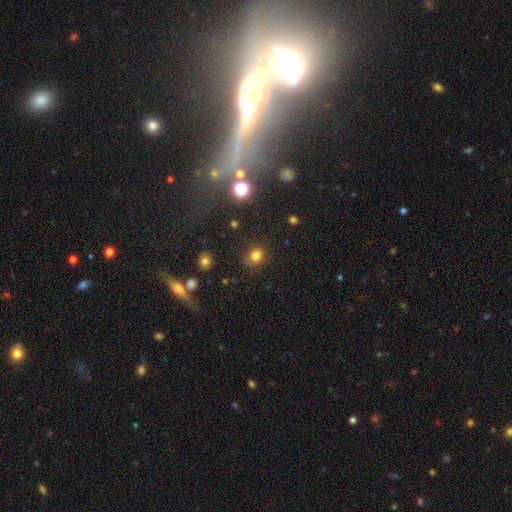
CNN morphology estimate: smooth 78%, star or artifact 16%, featured or disk 6%. Down the decision tree: how rounded — round (71%); merging — none (80%).